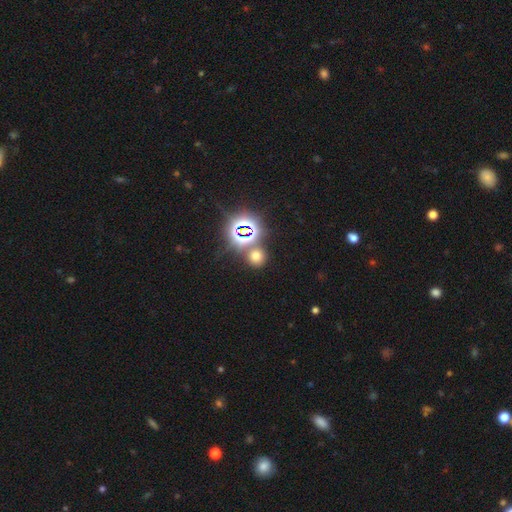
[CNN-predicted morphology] A smooth galaxy with no disk features (56%) that is round (85%).

Vote fractions:
- Smooth or featured? smooth: 56% / star or artifact: 36% / featured or disk: 7%
- How rounded? round: 85% / in between: 13% / cigar-shaped: 1%
- Merging? none: 76% / merger: 12% / minor disturbance: 8% / major disturbance: 4%